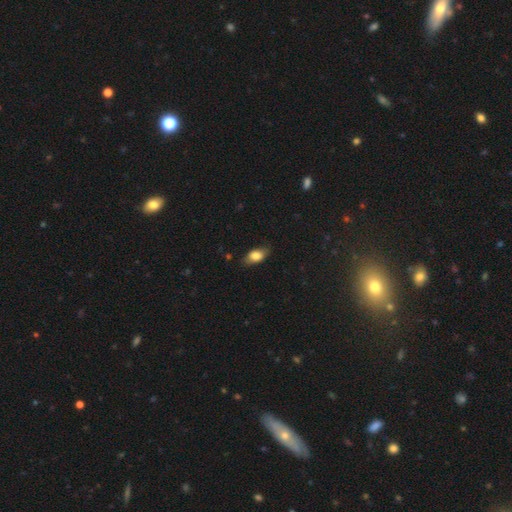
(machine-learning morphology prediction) Smooth or featured: smooth — 80% (featured or disk — 12%)
How rounded: in between — 87% (round — 8%)
Merging: none — 75% (minor disturbance — 19%)